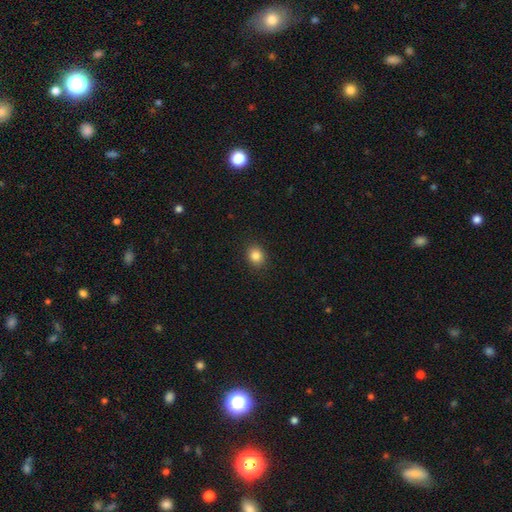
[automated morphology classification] The model was most divided on "how rounded": round: 69%, in between: 30%, cigar-shaped: 1%. More confident: merging — none (90%); smooth or featured — smooth (85%).